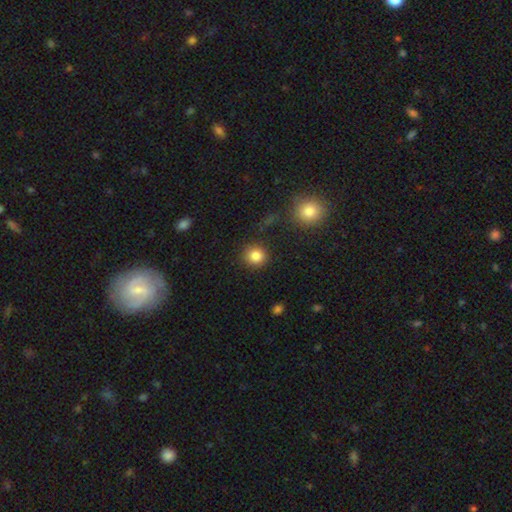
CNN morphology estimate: Smooth or featured: smooth — 85% (star or artifact — 10%)
How rounded: round — 87% (in between — 12%)
Merging: none — 88% (minor disturbance — 7%)